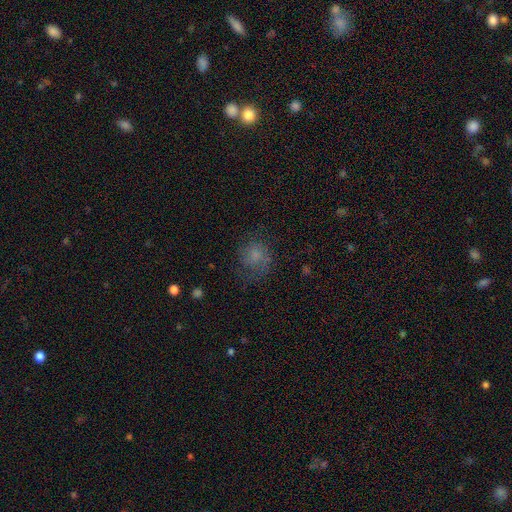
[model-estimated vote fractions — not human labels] Smooth or featured? Predicted: smooth (p=0.62). How rounded? Predicted: round (p=0.76). Merging? Predicted: none (p=0.57).